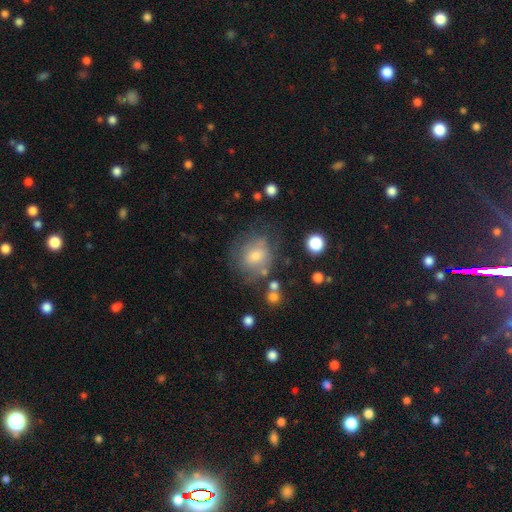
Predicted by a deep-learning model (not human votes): Overall: smooth (59%; featured or disk 31%). How rounded: round (69%; in between 30%). Merging: none (56%; minor disturbance 22%).